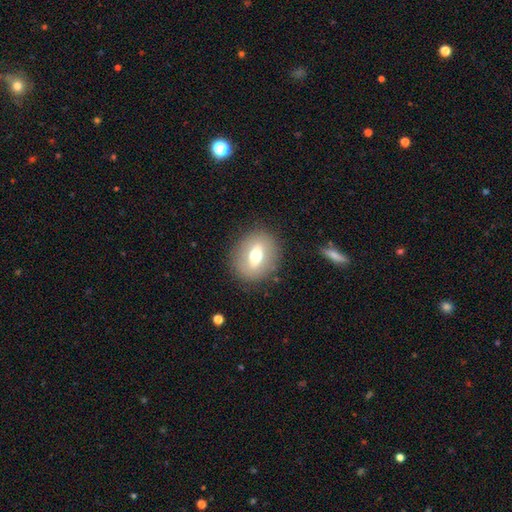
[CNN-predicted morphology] smooth 53%, featured or disk 39%, star or artifact 9%. Down the decision tree: how rounded — round (52%); merging — none (85%).